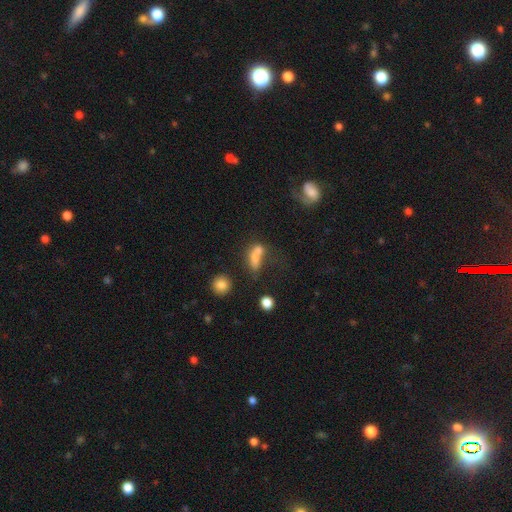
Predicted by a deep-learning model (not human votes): smooth 66%, featured or disk 19%, star or artifact 15%. Down the decision tree: how rounded — in between (64%); merging — merger (43%).